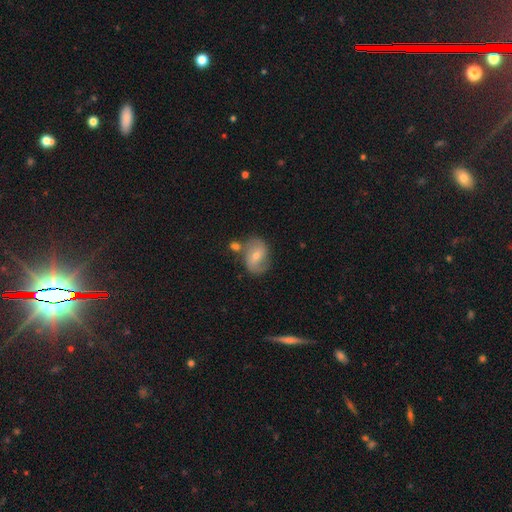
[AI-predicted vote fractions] smooth_or_featured: featured or disk (p=0.61) [alt: smooth p=0.32]
disk_edge_on: no (p=0.97) [alt: yes p=0.03]
bar: no (p=0.42) [tied with: weak p=0.42]
has_spiral_arms: yes (p=0.83) [alt: no p=0.17]
bulge_size: small (p=0.55) [alt: moderate p=0.41]
merging: none (p=0.60) [alt: minor disturbance p=0.18]